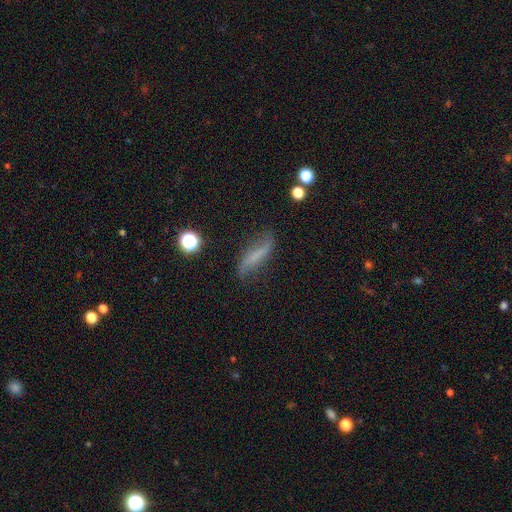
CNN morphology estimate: featured or disk 51%, smooth 38%, star or artifact 12%. Down the decision tree: edge-on disk — no (73%); merging — none (65%).